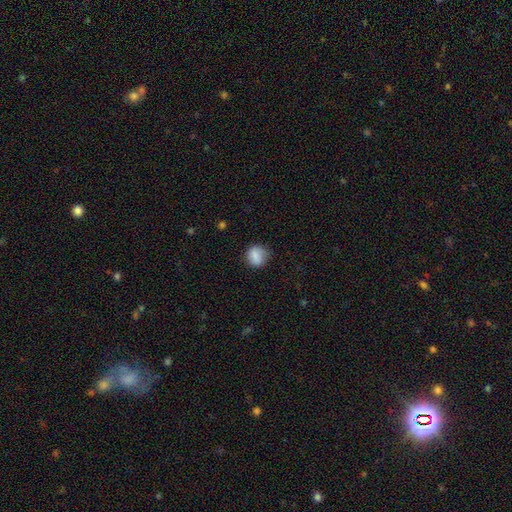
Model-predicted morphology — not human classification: A smooth galaxy with no disk features (86%) that is round (76%).

Vote fractions:
- Smooth or featured? smooth: 86% / star or artifact: 8% / featured or disk: 6%
- How rounded? round: 76% / in between: 23% / cigar-shaped: 1%
- Merging? none: 74% / minor disturbance: 20% / major disturbance: 5% / merger: 1%